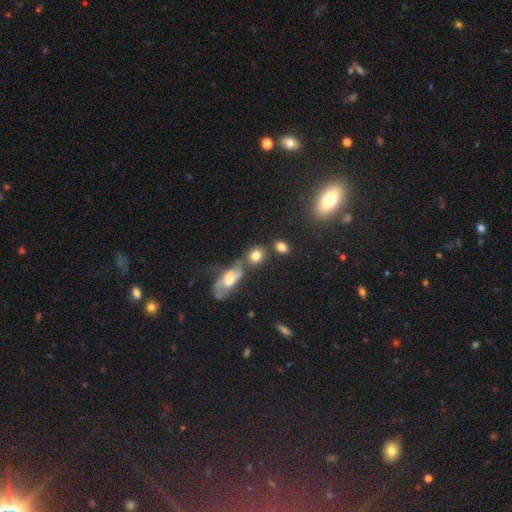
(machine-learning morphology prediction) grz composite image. It shows a smooth galaxy with no disk features (77%) that is round (60%). Merging: none (56%).